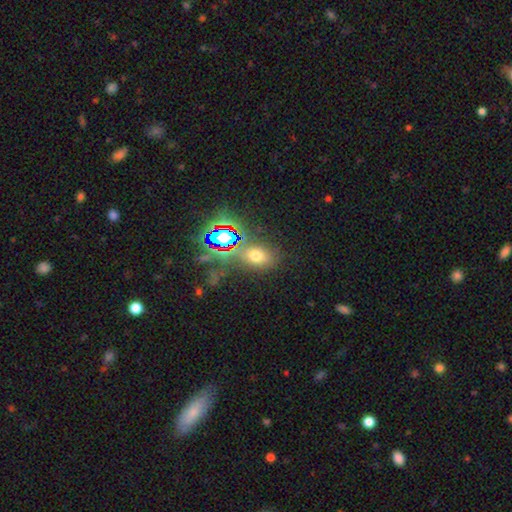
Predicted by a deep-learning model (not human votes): Smooth or featured?
  - smooth: 54% *
  - star or artifact: 34%
  - featured or disk: 12%
How rounded?
  - in between: 71% *
  - round: 26%
  - cigar-shaped: 3%
Merging?
  - none: 72% *
  - minor disturbance: 13%
  - merger: 8%
  - major disturbance: 7%